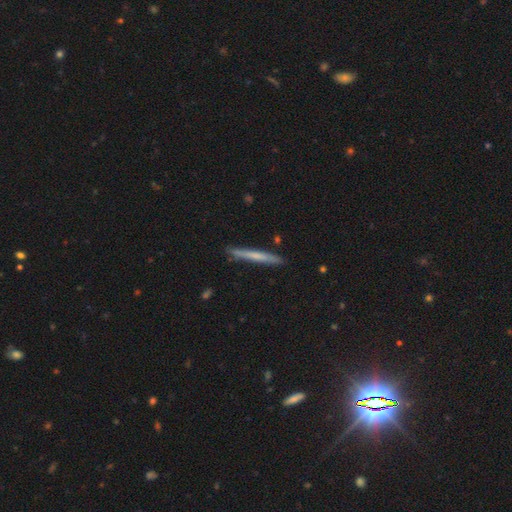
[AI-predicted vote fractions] smooth-or-featured: smooth: 55% | featured or disk: 39% | star or artifact: 6%
  how-rounded: cigar-shaped: 97% | in between: 2% | round: 1%
  merging: none: 88% | minor disturbance: 9% | merger: 2% | major disturbance: 1%